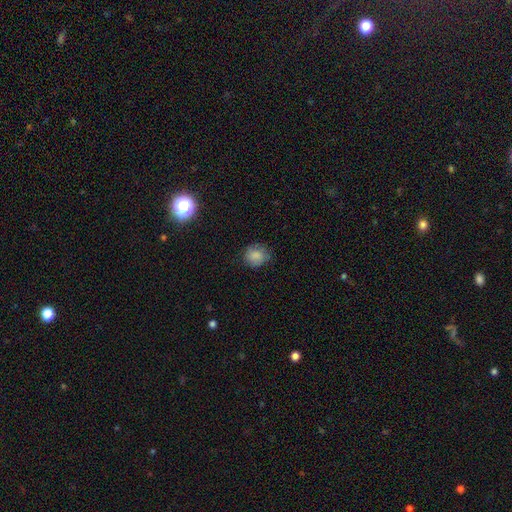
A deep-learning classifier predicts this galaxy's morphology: smooth_or_featured: smooth (p=0.82) [alt: star or artifact p=0.10]
how_rounded: round (p=0.82) [alt: in between p=0.17]
merging: none (p=0.73) [alt: minor disturbance p=0.20]